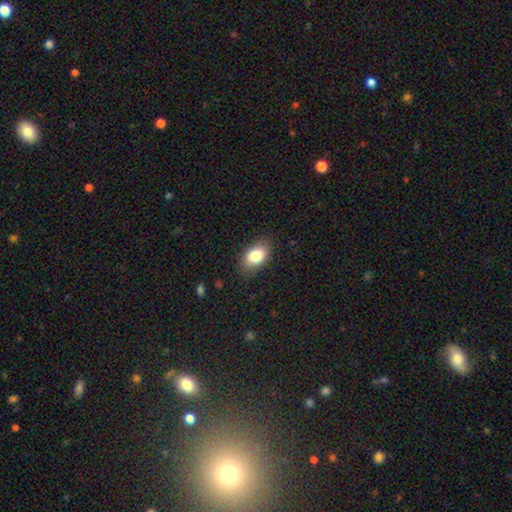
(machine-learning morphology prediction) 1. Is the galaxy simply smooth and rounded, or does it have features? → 82% smooth, 10% featured or disk, 8% star or artifact.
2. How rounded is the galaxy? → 86% in between, 12% round, 2% cigar-shaped.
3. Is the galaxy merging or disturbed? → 83% none, 13% minor disturbance, 3% major disturbance, 1% merger.